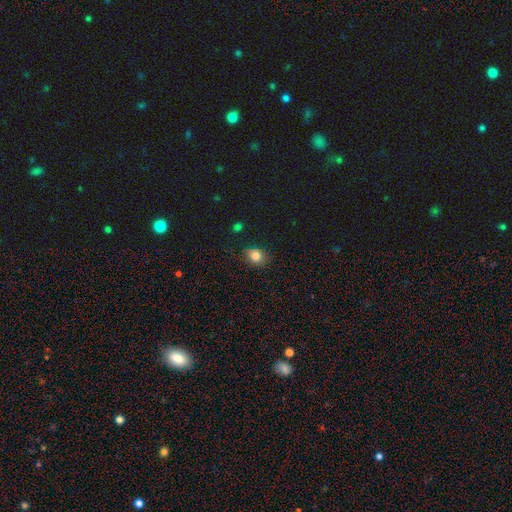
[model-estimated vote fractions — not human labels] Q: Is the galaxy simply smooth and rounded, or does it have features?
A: smooth — 82%.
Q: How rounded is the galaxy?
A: round — 60%.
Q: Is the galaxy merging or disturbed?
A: none — 80%.